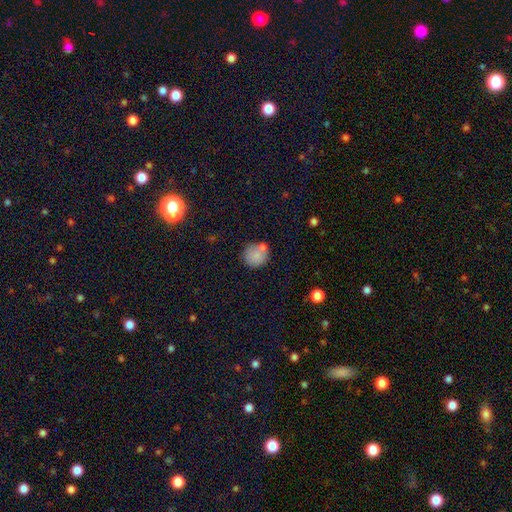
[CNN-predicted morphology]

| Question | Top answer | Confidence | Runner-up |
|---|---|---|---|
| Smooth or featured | smooth | 81% | featured or disk (11%) |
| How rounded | round | 90% | in between (9%) |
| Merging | none | 63% | merger (17%) |